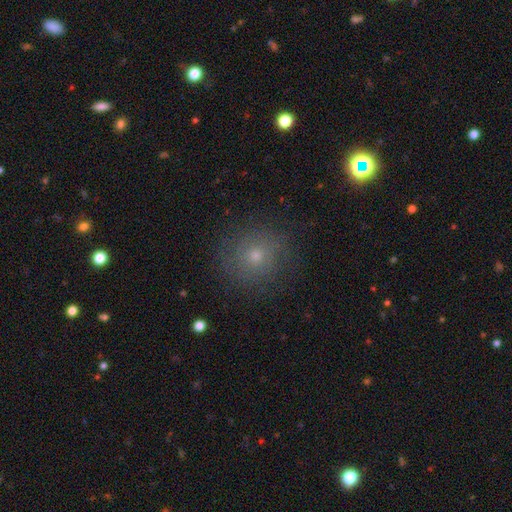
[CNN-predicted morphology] This is possibly a smooth galaxy (56%). How rounded: clearly round (90%). Merging: clearly none (82%).